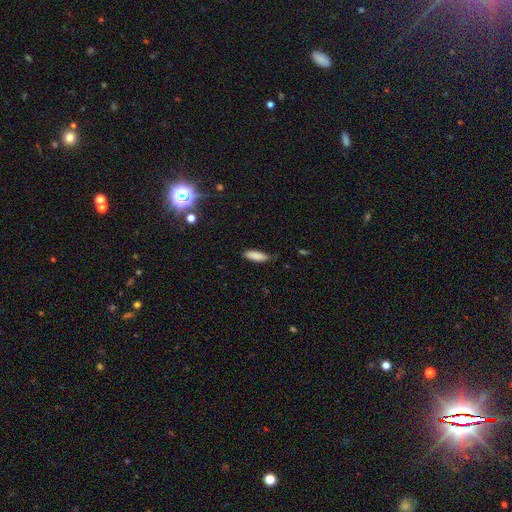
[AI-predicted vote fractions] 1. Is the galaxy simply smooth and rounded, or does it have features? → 88% smooth, 7% star or artifact, 6% featured or disk.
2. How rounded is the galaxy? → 54% in between, 45% cigar-shaped, 2% round.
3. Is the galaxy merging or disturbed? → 82% none, 15% minor disturbance, 2% major disturbance, 1% merger.